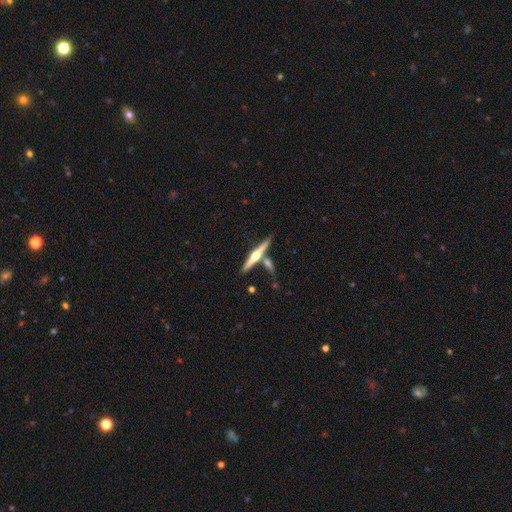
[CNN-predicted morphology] Smooth or featured? featured or disk (75%)
Edge-on disk? yes (97%)
Edge-on bulge? rounded (94%)
Merging? none (69%)